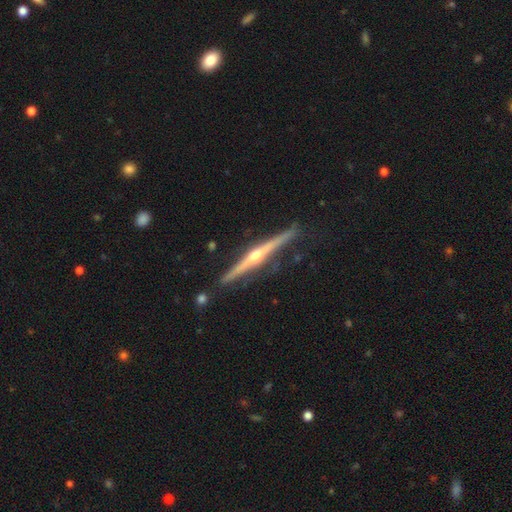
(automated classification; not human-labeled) featured or disk 86%, smooth 9%, star or artifact 4%. Down the decision tree: edge-on disk — yes (98%); edge-on bulge — rounded (91%); merging — none (87%).